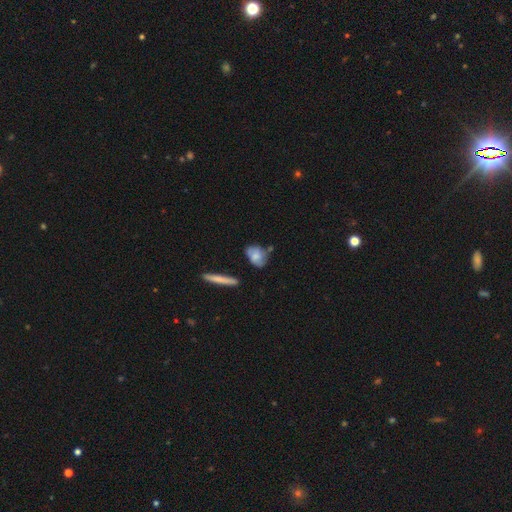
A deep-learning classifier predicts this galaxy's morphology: smooth-or-featured: smooth: 62% | featured or disk: 31% | star or artifact: 7%
  how-rounded: in between: 72% | round: 21% | cigar-shaped: 7%
  merging: none: 54% | minor disturbance: 28% | merger: 9% | major disturbance: 8%